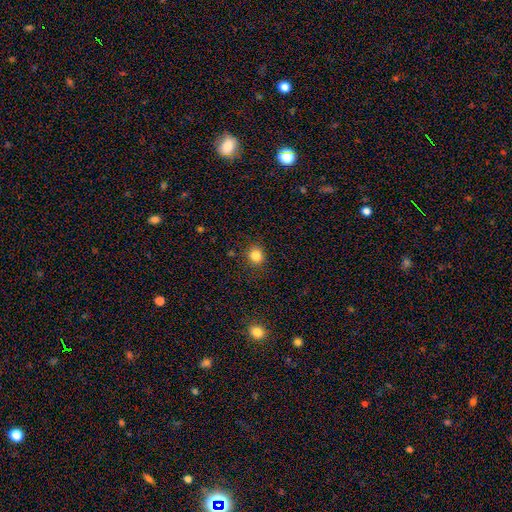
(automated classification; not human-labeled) smooth-or-featured: smooth: 83% | star or artifact: 12% | featured or disk: 5%
  how-rounded: round: 84% | in between: 15% | cigar-shaped: 1%
  merging: none: 88% | minor disturbance: 8% | major disturbance: 2% | merger: 1%